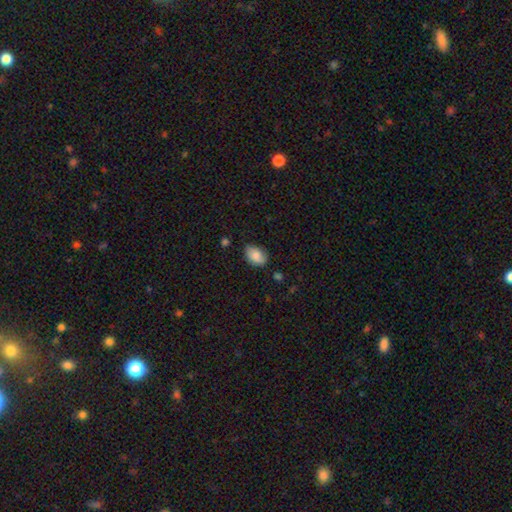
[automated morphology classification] smooth_or_featured: smooth (p=0.82) [alt: featured or disk p=0.10]
how_rounded: in between (p=0.87) [alt: round p=0.12]
merging: none (p=0.72) [alt: minor disturbance p=0.23]